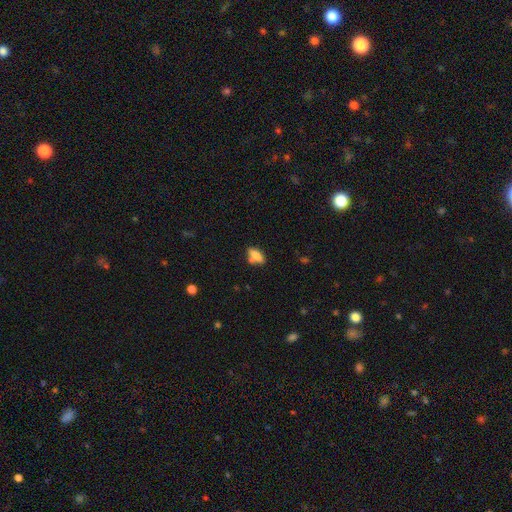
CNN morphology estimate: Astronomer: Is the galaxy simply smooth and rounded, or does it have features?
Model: smooth — 75%.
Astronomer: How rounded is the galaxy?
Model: in between — 77%.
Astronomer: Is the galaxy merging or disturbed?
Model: none — 62%.